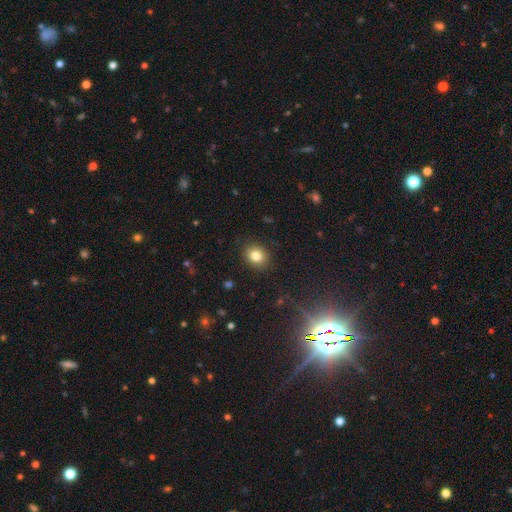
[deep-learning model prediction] This is clearly a smooth galaxy (82%). How rounded: likely round (66%). Merging: clearly none (89%).